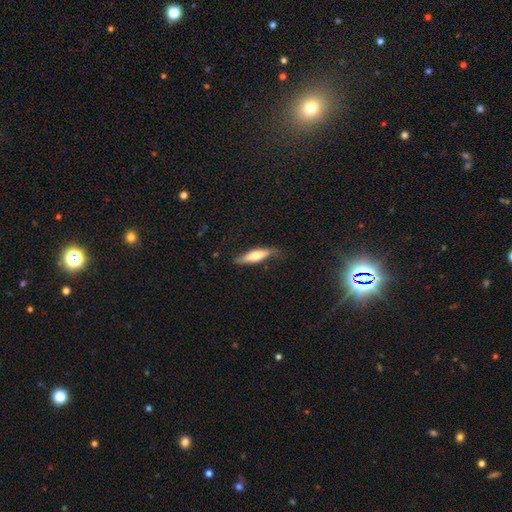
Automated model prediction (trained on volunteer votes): Smooth or featured? smooth (54%)
How rounded? cigar-shaped (67%)
Merging? none (75%)